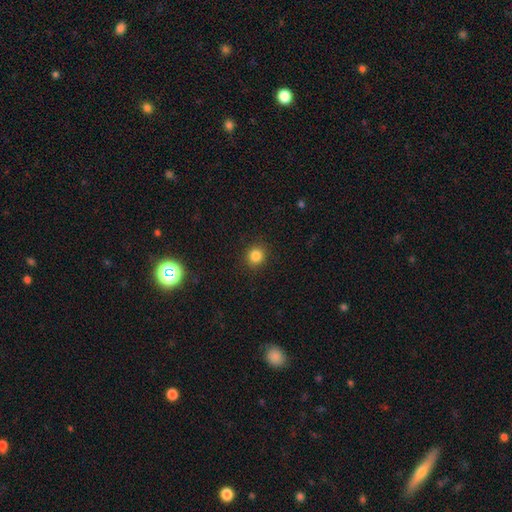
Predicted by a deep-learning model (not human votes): This appears to be a smooth galaxy with no disk features (84%) that is round (86%). Merging: none (90%).